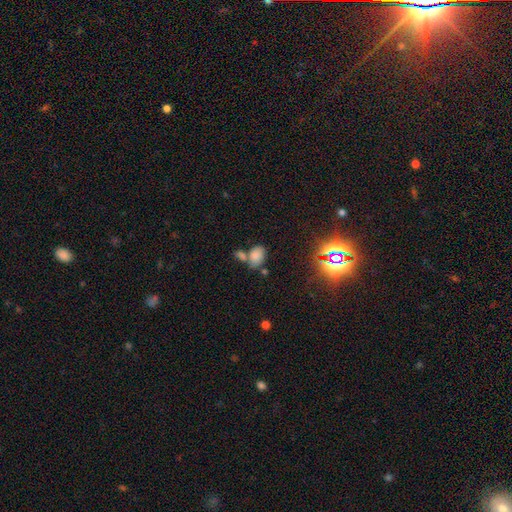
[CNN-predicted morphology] Smooth or featured?
  - smooth: 75% *
  - star or artifact: 15%
  - featured or disk: 10%
How rounded?
  - in between: 82% *
  - round: 17%
  - cigar-shaped: 2%
Merging?
  - none: 40% * (tied)
  - merger: 40% * (tied)
  - minor disturbance: 13%
  - major disturbance: 6%